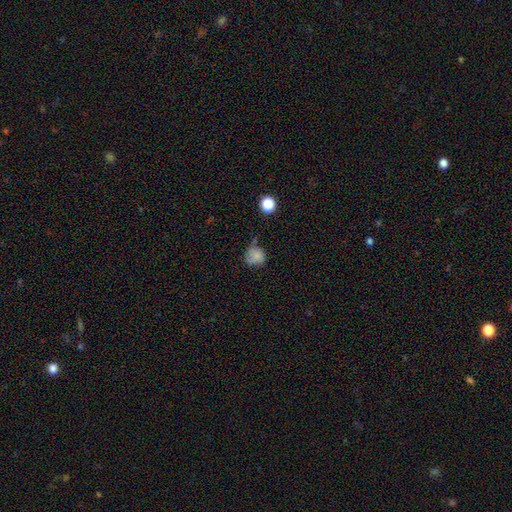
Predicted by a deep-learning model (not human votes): Smooth or featured? Predicted: smooth (p=0.77). How rounded? Predicted: round (p=0.79). Merging? Predicted: none (p=0.51).